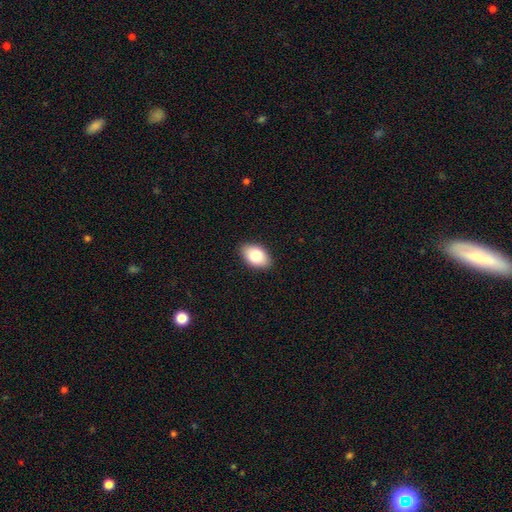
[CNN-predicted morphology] smooth_or_featured: smooth (p=0.83) [alt: featured or disk p=0.10]
how_rounded: in between (p=0.92) [alt: round p=0.07]
merging: none (p=0.89) [alt: minor disturbance p=0.09]